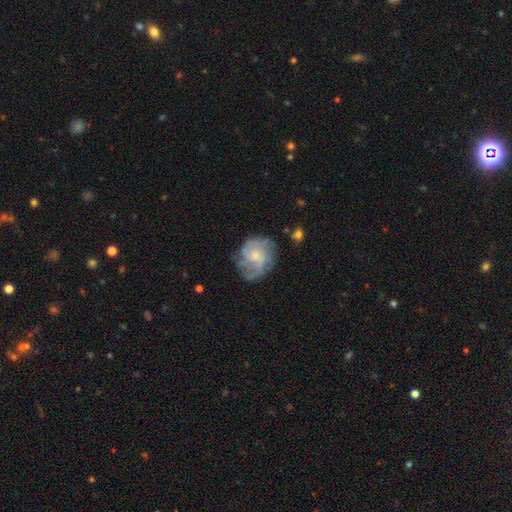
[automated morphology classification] Overall: featured or disk (66%). Edge-on disk: no (98%). Bar: no (74%). Spiral arms: yes (83%). Spiral arm count: can't tell (41%; 3 19%). Spiral winding: medium (40%; tight 39%). Bulge size: small (57%; moderate 26%). Merging: none (57%; minor disturbance 24%).